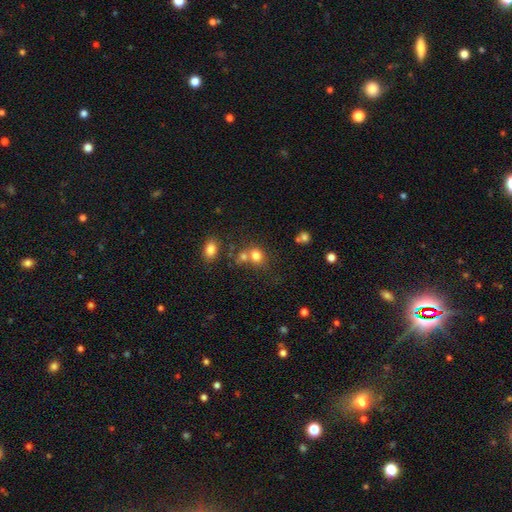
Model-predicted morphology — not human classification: Smooth or featured? smooth (76%)
How rounded? round (69%)
Merging? none (45%)